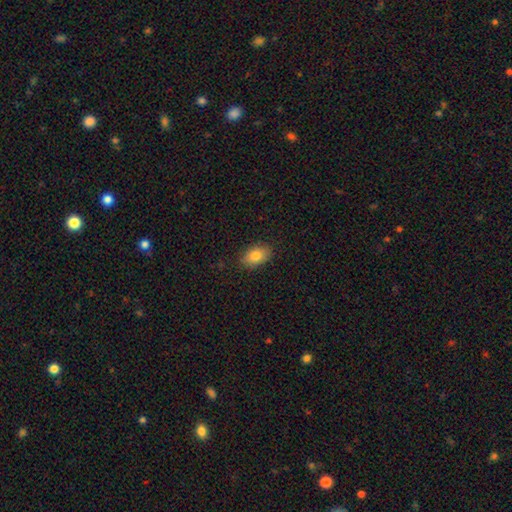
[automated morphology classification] A smooth galaxy with no disk features (83%) that is in between round and cigar-shaped (89%). Merging: none (87%).